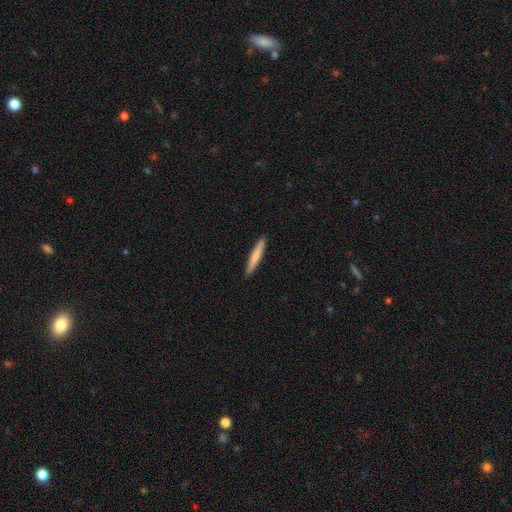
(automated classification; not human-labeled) A smooth galaxy with no disk features (73%) that is cigar-shaped (95%). Merging: none (92%).